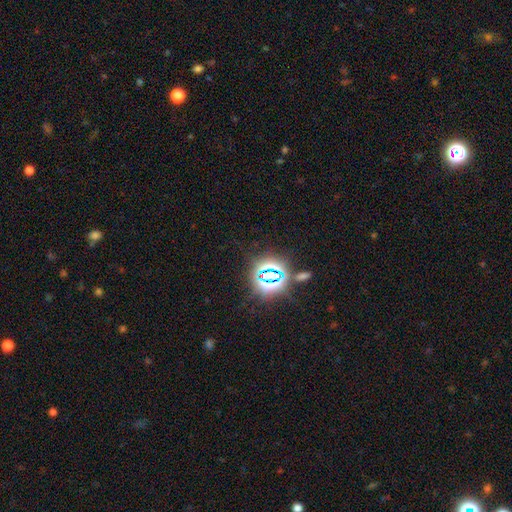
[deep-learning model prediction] Smooth or featured? star or artifact (81%)